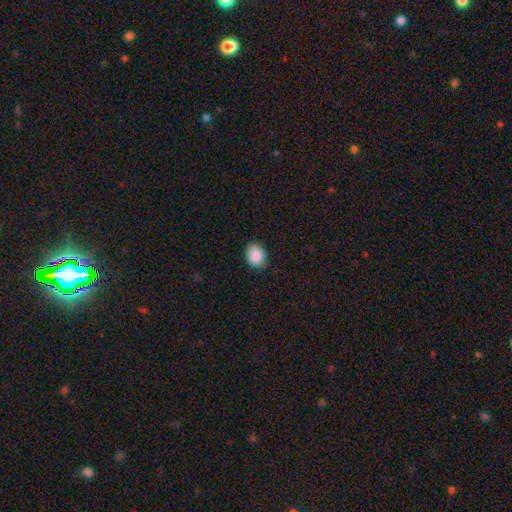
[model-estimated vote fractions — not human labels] smooth_or_featured: smooth (p=0.88) [alt: star or artifact p=0.08]
how_rounded: in between (p=0.64) [alt: round p=0.35]
merging: none (p=0.83) [alt: minor disturbance p=0.14]